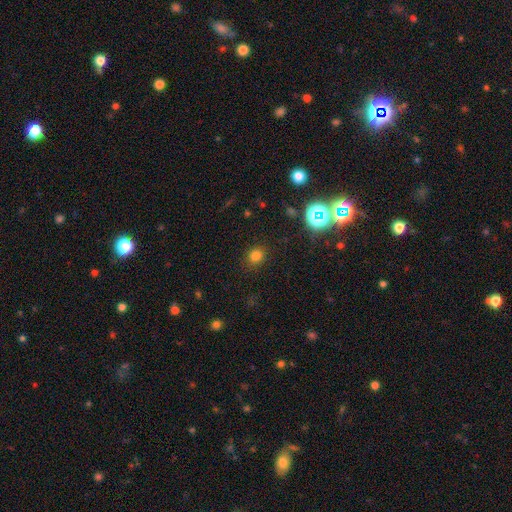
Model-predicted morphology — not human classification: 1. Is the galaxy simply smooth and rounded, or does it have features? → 76% smooth, 19% star or artifact, 5% featured or disk.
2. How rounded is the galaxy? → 73% round, 26% in between, 1% cigar-shaped.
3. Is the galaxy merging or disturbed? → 86% none, 9% minor disturbance, 3% major disturbance, 2% merger.